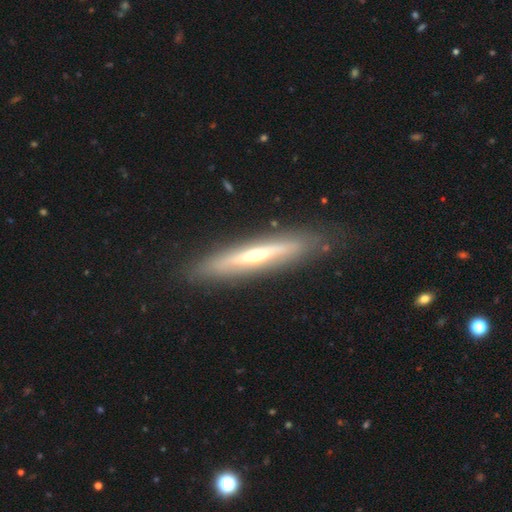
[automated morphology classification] A featured or disk galaxy (70%) viewed edge-on (87%) with a rounded central bulge (84%).

Vote fractions:
- Smooth or featured? featured or disk: 70% / smooth: 24% / star or artifact: 6%
- Edge-on disk? yes: 87% / no: 13%
- Edge-on bulge? rounded: 84% / none: 13% / boxy: 3%
- Merging? none: 84% / minor disturbance: 11% / major disturbance: 3% / merger: 1%